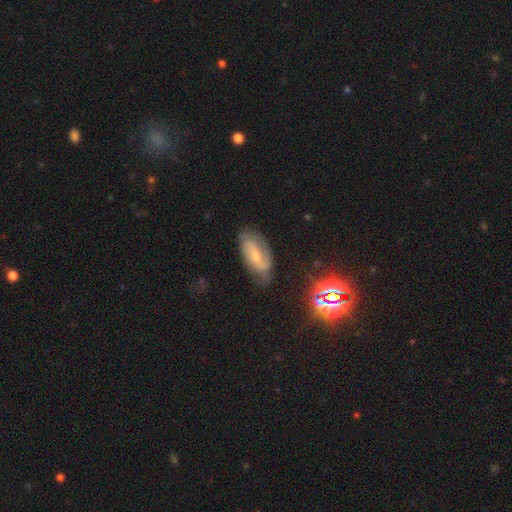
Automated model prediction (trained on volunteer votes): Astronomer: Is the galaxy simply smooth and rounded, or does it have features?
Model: featured or disk — 65%.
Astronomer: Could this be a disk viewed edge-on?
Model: no — 91%.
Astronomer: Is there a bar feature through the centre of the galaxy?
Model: weak — 40% (runner-up: no, 39%).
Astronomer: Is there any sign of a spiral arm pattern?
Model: yes — 87%.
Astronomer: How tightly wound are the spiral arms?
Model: loose — 43% (runner-up: medium, 36%).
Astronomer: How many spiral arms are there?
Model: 2 — 76%.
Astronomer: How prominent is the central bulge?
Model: small — 65%.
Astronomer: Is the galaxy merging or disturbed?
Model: none — 68%.